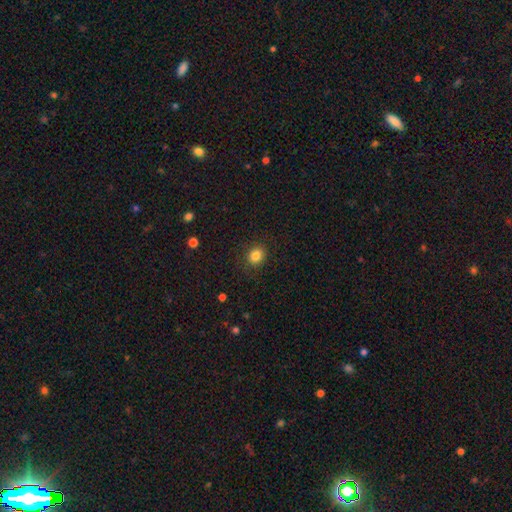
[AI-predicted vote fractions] This is clearly a smooth galaxy (84%). How rounded: likely round (61%). Merging: clearly none (86%).